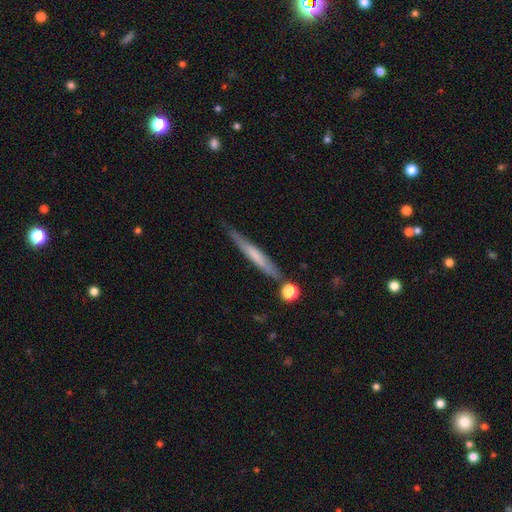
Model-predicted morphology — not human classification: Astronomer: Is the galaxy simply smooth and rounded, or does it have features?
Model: smooth — 48% (runner-up: featured or disk, 46%).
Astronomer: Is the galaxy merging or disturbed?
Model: none — 77%.